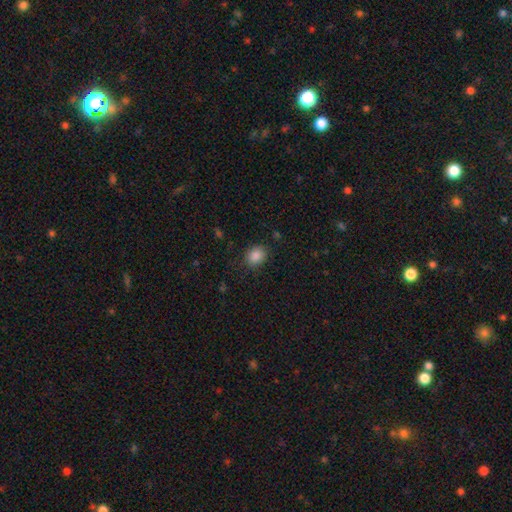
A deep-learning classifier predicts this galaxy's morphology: smooth-or-featured: smooth: 87% | star or artifact: 9% | featured or disk: 4%
  how-rounded: round: 53% | in between: 46% | cigar-shaped: 1%
  merging: none: 84% | minor disturbance: 11% | major disturbance: 3% | merger: 1%